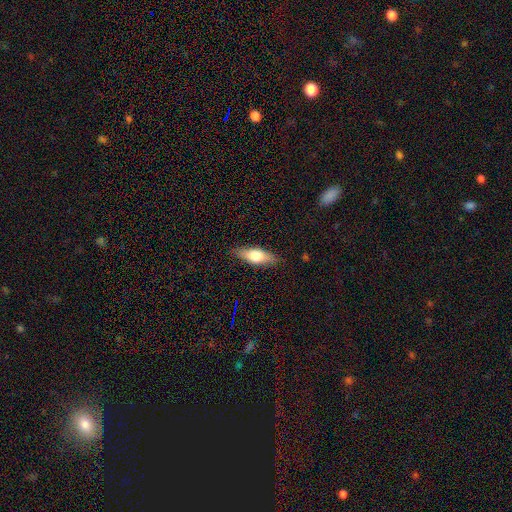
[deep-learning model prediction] Smooth or featured?
  - smooth: 59% *
  - featured or disk: 34%
  - star or artifact: 7%
How rounded?
  - in between: 62% *
  - cigar-shaped: 34%
  - round: 3%
Merging?
  - none: 84% *
  - minor disturbance: 12%
  - major disturbance: 3%
  - merger: 1%